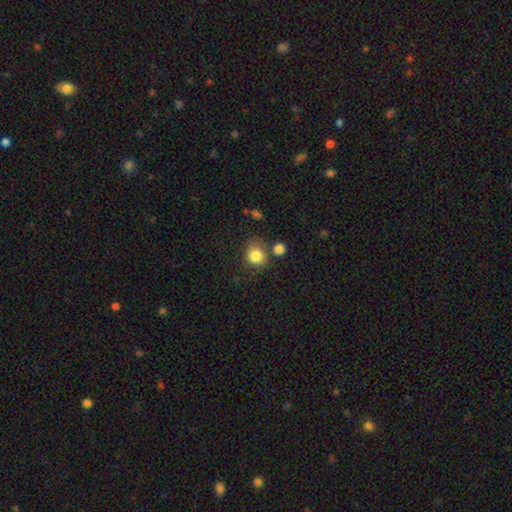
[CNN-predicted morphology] Smooth or featured?
  - smooth: 83% *
  - star or artifact: 10%
  - featured or disk: 7%
How rounded?
  - round: 77% *
  - in between: 22%
  - cigar-shaped: 1%
Merging?
  - none: 61% *
  - minor disturbance: 17%
  - merger: 15%
  - major disturbance: 7%